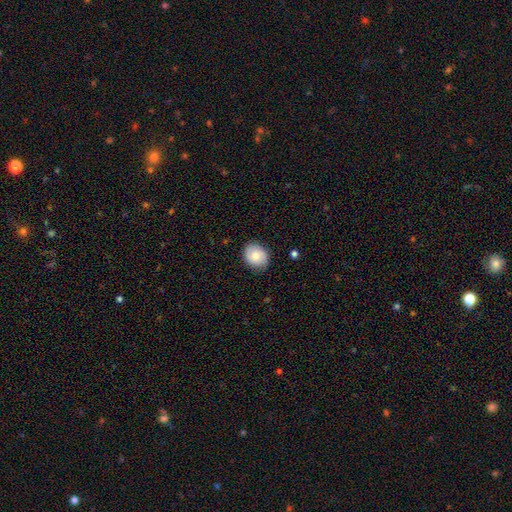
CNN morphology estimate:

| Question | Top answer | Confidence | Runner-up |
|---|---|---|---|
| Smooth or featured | smooth | 71% | featured or disk (21%) |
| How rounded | round | 59% | in between (40%) |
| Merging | none | 83% | minor disturbance (13%) |